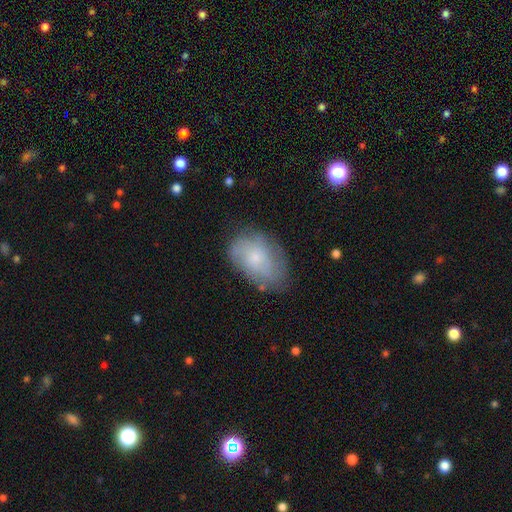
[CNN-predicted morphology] Smooth or featured: smooth — 55% (featured or disk — 37%)
How rounded: in between — 86% (round — 13%)
Merging: none — 67% (minor disturbance — 24%)